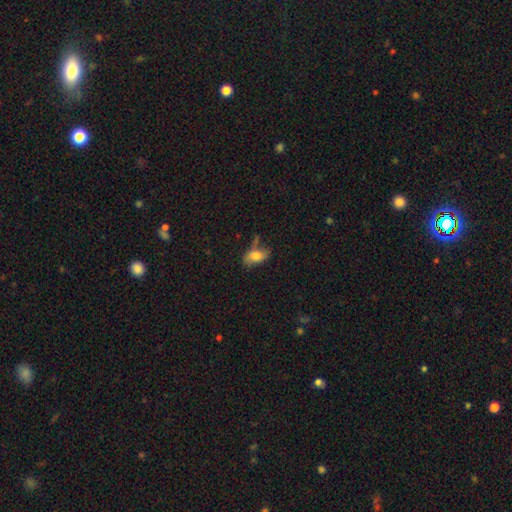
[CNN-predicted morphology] Q: Smooth or featured?
A: smooth (71%); runner-up: featured or disk (20%)
Q: How rounded?
A: in between (88%); runner-up: round (7%)
Q: Merging?
A: none (53%); runner-up: minor disturbance (27%)